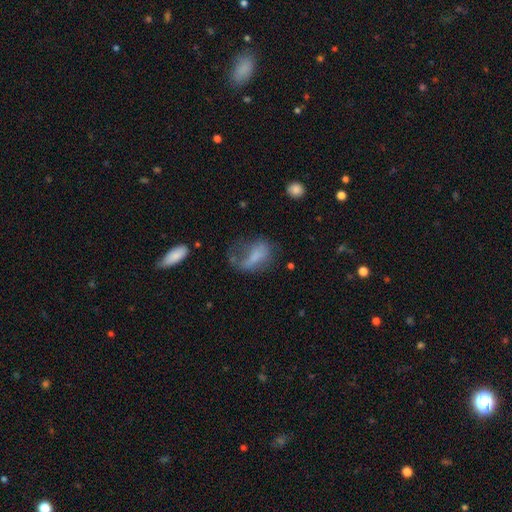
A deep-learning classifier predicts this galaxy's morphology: smooth 55%, featured or disk 33%, star or artifact 12%. Down the decision tree: how rounded — in between (81%); merging — major disturbance (42%).